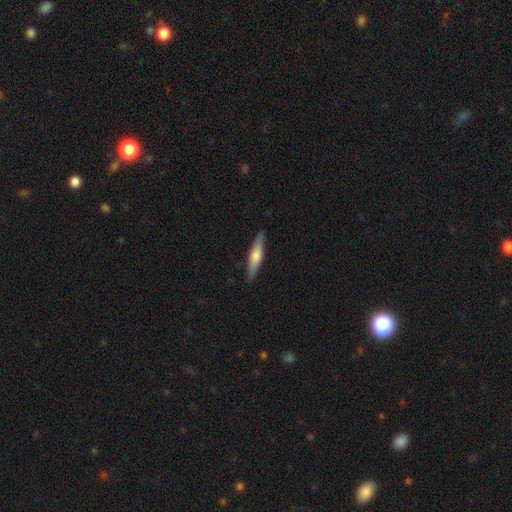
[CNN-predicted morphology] Overall: smooth (49%; featured or disk 46%). Merging: none (89%).